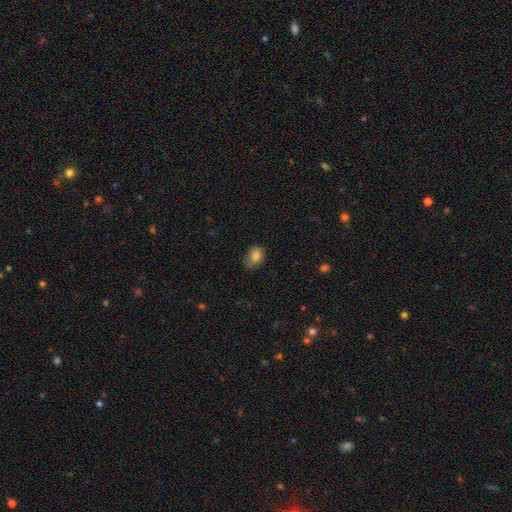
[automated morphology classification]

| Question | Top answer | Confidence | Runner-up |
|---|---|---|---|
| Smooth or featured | smooth | 78% | featured or disk (12%) |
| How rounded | in between | 75% | round (23%) |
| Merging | none | 57% | minor disturbance (30%) |